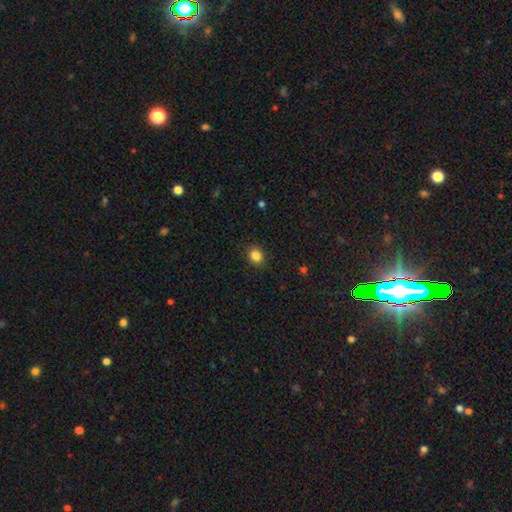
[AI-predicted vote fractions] Smooth or featured: smooth — 86% (star or artifact — 10%)
How rounded: round — 61% (in between — 38%)
Merging: none — 88% (minor disturbance — 9%)